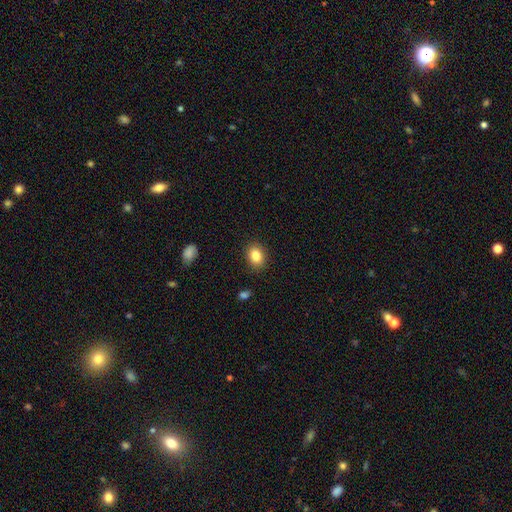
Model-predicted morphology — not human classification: Q: Smooth or featured?
A: smooth (84%); runner-up: star or artifact (9%)
Q: How rounded?
A: in between (63%); runner-up: round (36%)
Q: Merging?
A: none (88%); runner-up: minor disturbance (9%)